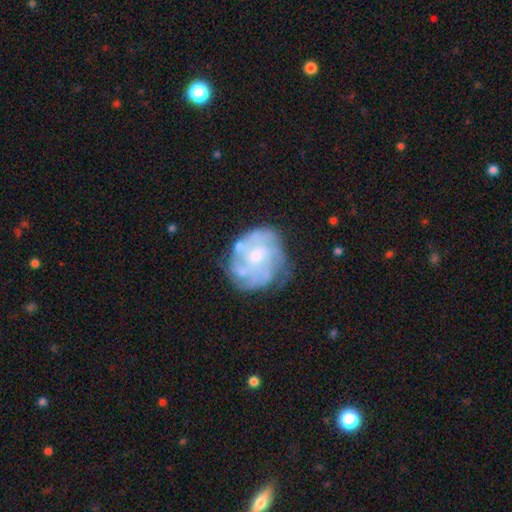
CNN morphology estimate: Smooth or featured: featured or disk — 75% (smooth — 18%)
Edge-on disk: no — 98% (yes — 2%)
Bar: no — 69% (weak — 27%)
Spiral arms: yes — 78% (no — 22%)
Spiral winding: tight — 57% (medium — 32%)
Spiral arm count: can't tell — 47% (3 — 16%)
Bulge size: small — 48% (moderate — 42%)
Merging: none — 64% (minor disturbance — 21%)